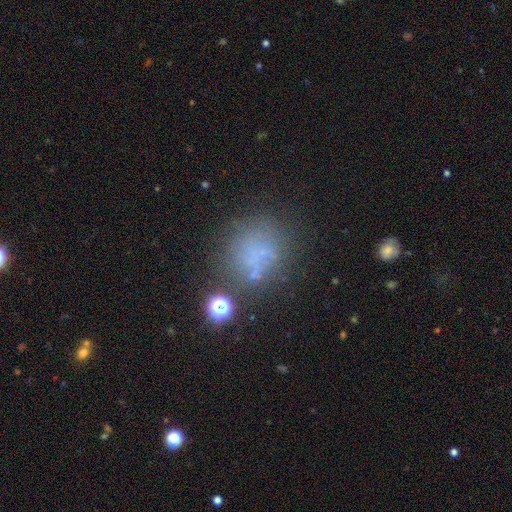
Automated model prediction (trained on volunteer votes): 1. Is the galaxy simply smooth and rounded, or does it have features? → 45% smooth, 28% featured or disk, 26% star or artifact.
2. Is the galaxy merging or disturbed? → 55% none, 20% minor disturbance, 17% major disturbance, 9% merger.